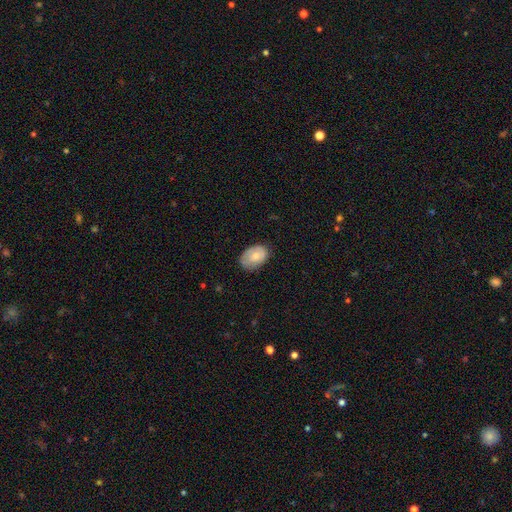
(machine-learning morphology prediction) Q: Smooth or featured?
A: smooth (64%); runner-up: featured or disk (30%)
Q: How rounded?
A: in between (83%); runner-up: round (16%)
Q: Merging?
A: none (71%); runner-up: minor disturbance (23%)